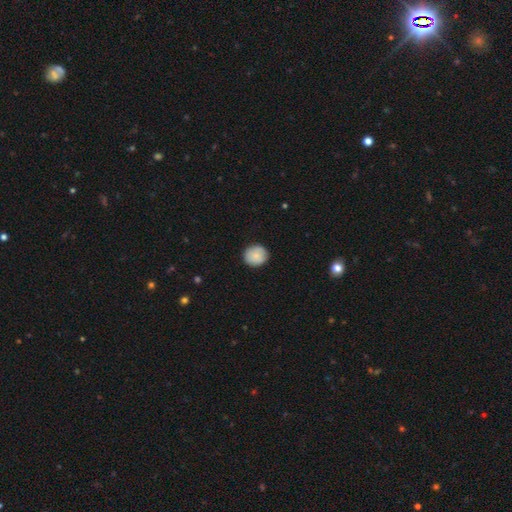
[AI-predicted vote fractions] Smooth or featured: smooth — 85% (featured or disk — 8%)
How rounded: round — 82% (in between — 17%)
Merging: none — 86% (minor disturbance — 11%)